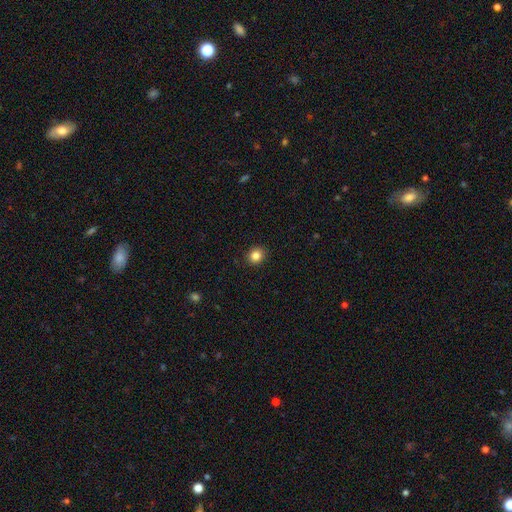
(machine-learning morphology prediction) This appears to be a smooth galaxy with no disk features (84%) that is round (84%). Merging: none (92%).